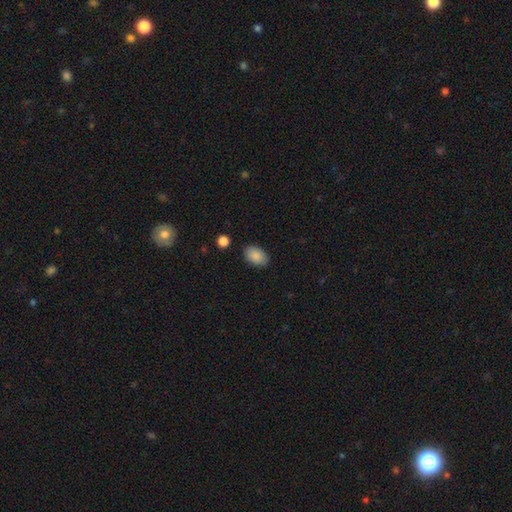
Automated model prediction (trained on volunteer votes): smooth 88%, star or artifact 7%, featured or disk 5%. Down the decision tree: how rounded — in between (88%); merging — none (86%).